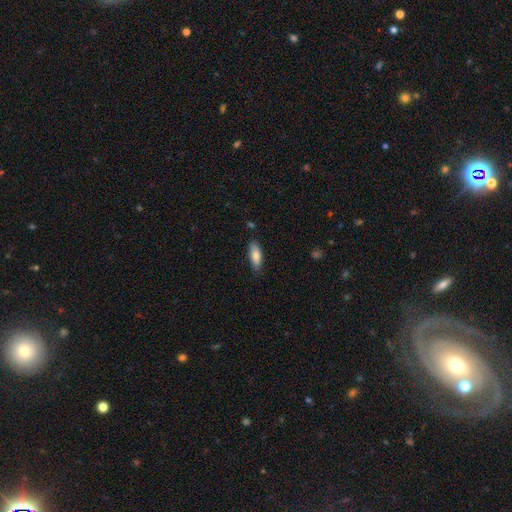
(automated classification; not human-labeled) Smooth or featured?
  - smooth: 81% *
  - featured or disk: 13%
  - star or artifact: 6%
How rounded?
  - in between: 63% *
  - cigar-shaped: 35%
  - round: 2%
Merging?
  - none: 82% *
  - minor disturbance: 13%
  - major disturbance: 2%
  - merger: 2%